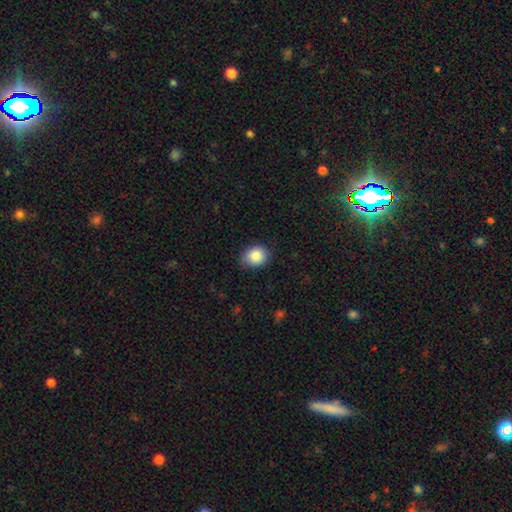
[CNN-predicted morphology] This appears to be a smooth galaxy with no disk features (86%) that is round (56%). Merging: none (78%).